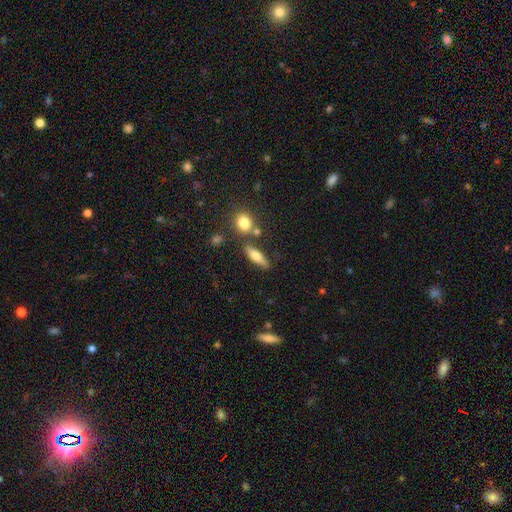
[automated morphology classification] This is likely a smooth galaxy (61%). How rounded: possibly cigar-shaped (56%). Merging: likely none (75%).